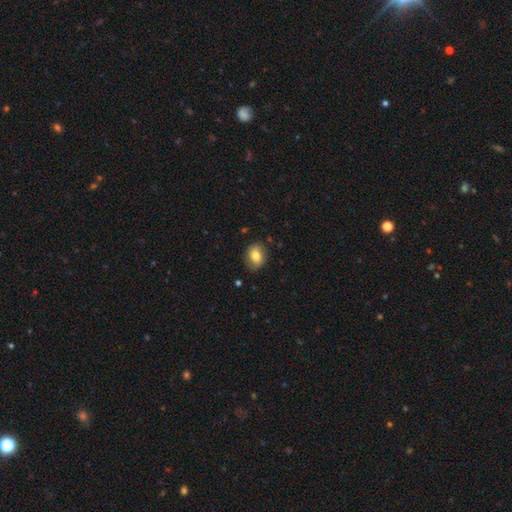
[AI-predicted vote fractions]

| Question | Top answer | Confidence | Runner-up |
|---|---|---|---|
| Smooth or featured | smooth | 76% | featured or disk (16%) |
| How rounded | in between | 58% | round (40%) |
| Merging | none | 82% | minor disturbance (14%) |